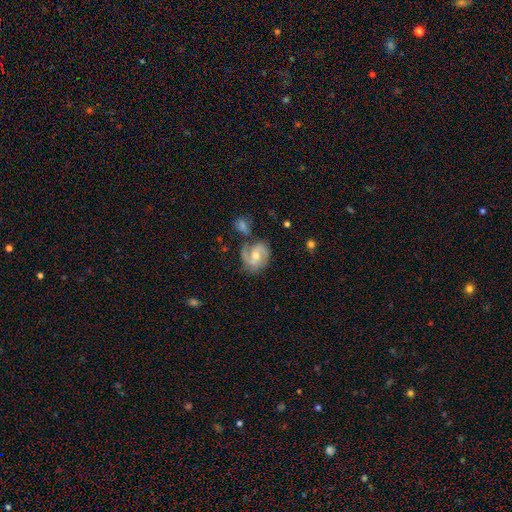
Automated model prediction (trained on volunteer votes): This appears to be a featured or disk galaxy (79%) with no bar (46%), 2 (77%) medium (48%) spiral arms (94%) and a moderate central bulge (65%). Merging: none (58%).